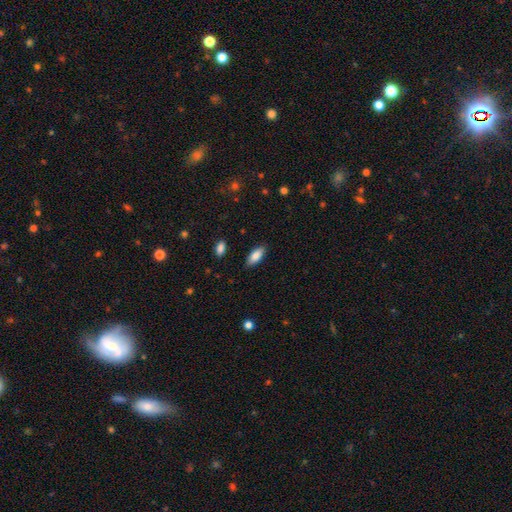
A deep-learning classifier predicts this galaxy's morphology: smooth_or_featured: smooth (p=0.85) [alt: featured or disk p=0.08]
how_rounded: in between (p=0.83) [alt: cigar-shaped p=0.15]
merging: none (p=0.86) [alt: minor disturbance p=0.11]